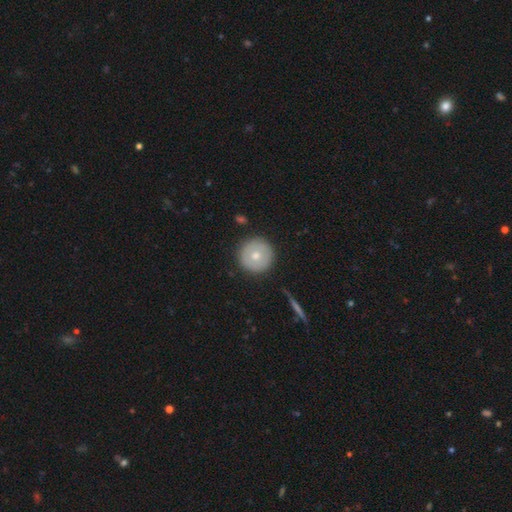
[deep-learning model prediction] Overall: smooth (66%; featured or disk 28%). How rounded: round (96%). Merging: none (91%).